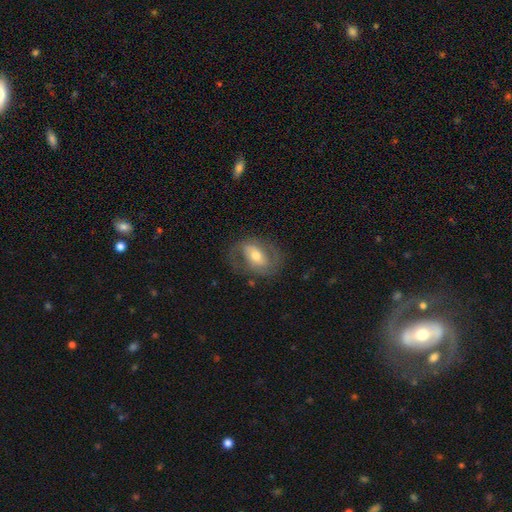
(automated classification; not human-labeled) A featured or disk galaxy (69%) with a weak bar (38%), 2 (82%) medium (48%) spiral arms (80%) and a moderate central bulge (65%). Merging: none (68%).